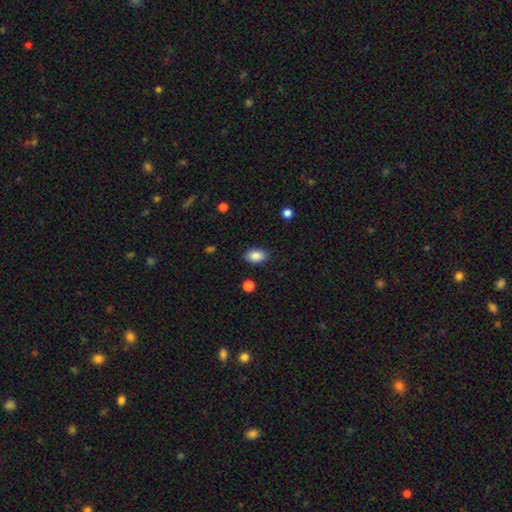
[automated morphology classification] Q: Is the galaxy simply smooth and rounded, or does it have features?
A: smooth — 87%.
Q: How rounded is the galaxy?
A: in between — 89%.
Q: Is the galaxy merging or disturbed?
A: none — 86%.